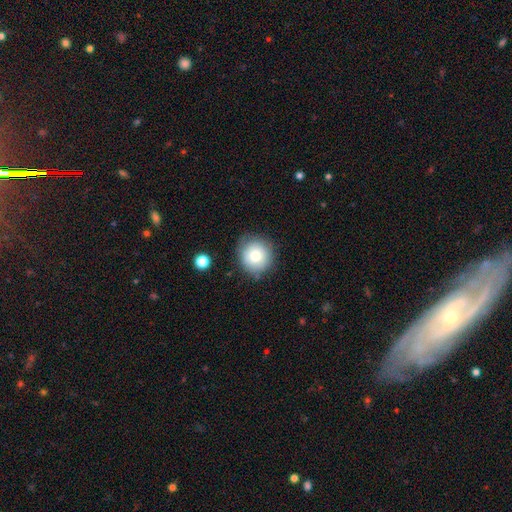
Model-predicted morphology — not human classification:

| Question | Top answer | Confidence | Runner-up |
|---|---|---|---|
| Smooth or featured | smooth | 77% | featured or disk (13%) |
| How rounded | round | 91% | in between (8%) |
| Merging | none | 78% | minor disturbance (15%) |